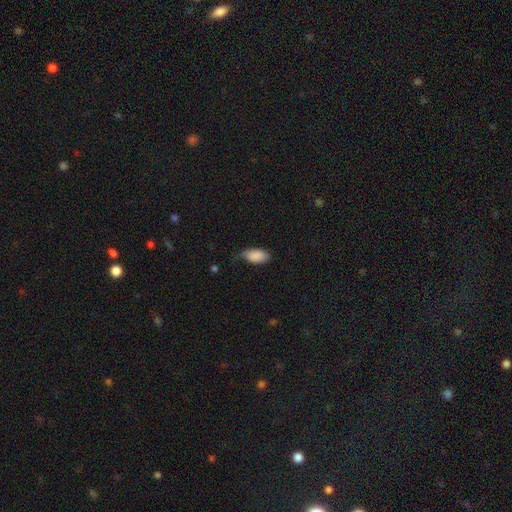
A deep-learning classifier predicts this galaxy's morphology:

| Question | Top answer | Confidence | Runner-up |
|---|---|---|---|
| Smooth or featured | smooth | 87% | featured or disk (7%) |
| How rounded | in between | 94% | cigar-shaped (4%) |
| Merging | none | 49% | minor disturbance (38%) |